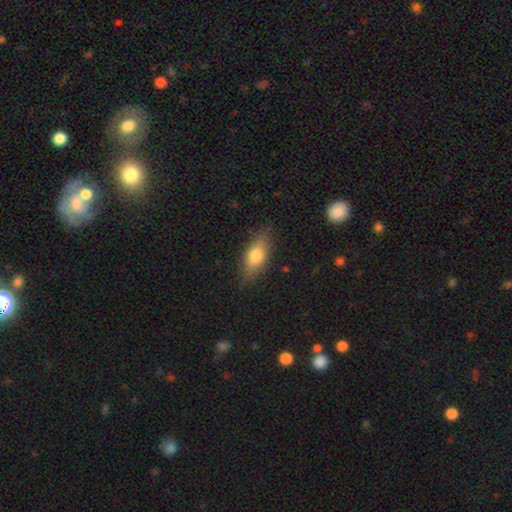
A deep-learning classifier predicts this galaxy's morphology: smooth 68%, featured or disk 25%, star or artifact 7%. Down the decision tree: how rounded — in between (72%); merging — none (83%).